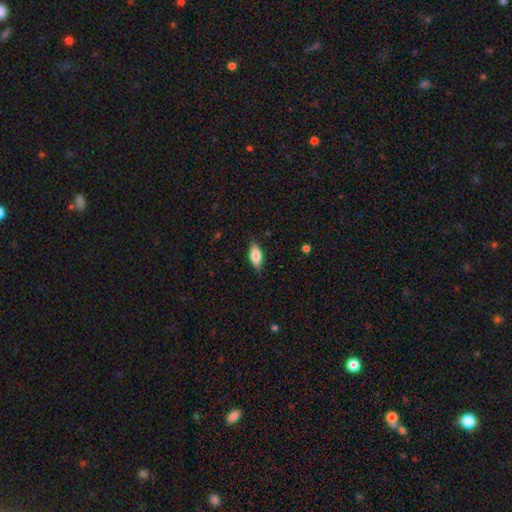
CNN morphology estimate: smooth_or_featured: smooth (p=0.71) [alt: featured or disk p=0.22]
how_rounded: in between (p=0.81) [alt: cigar-shaped p=0.15]
merging: none (p=0.81) [alt: minor disturbance p=0.15]